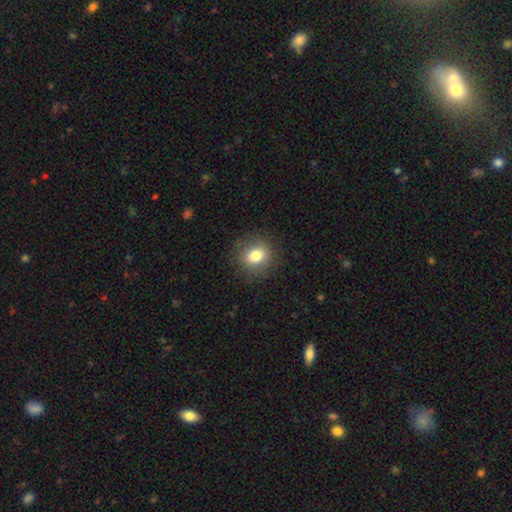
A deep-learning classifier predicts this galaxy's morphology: Overall: smooth (80%). How rounded: round (64%; in between 35%). Merging: none (86%).